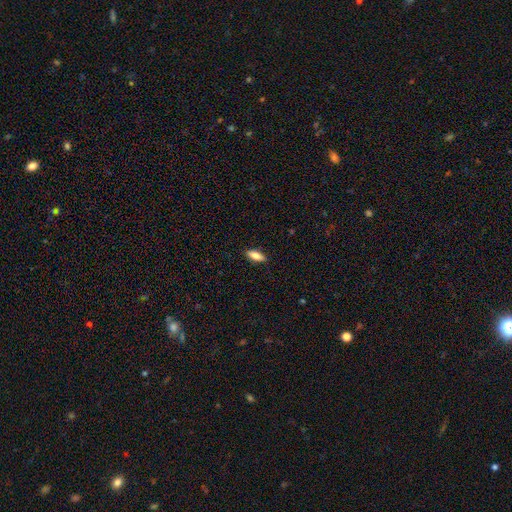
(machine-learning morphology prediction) Smooth or featured? smooth (78%)
How rounded? in between (71%)
Merging? none (89%)